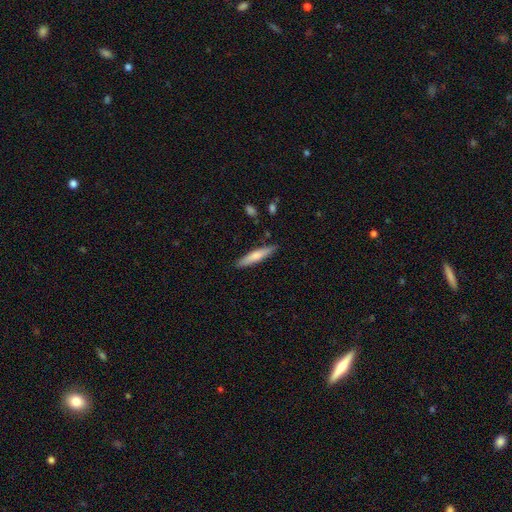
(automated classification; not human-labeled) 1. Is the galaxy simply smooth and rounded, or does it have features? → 69% smooth, 26% featured or disk, 5% star or artifact.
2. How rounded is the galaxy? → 88% cigar-shaped, 10% in between, 1% round.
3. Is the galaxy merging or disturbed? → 88% none, 9% minor disturbance, 2% major disturbance, 2% merger.